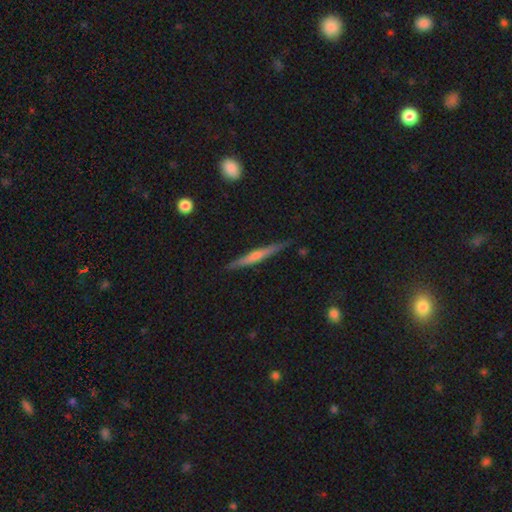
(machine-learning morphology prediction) This is likely a featured or disk galaxy (69%). It is clearly viewed edge-on (98%). Edge-on bulge: likely rounded (68%). Merging: clearly none (89%).